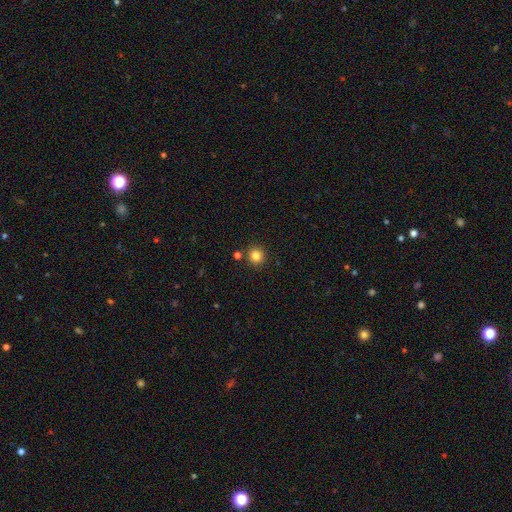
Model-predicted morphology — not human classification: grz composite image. It shows a smooth galaxy with no disk features (83%) that is round (92%). Merging: none (86%).